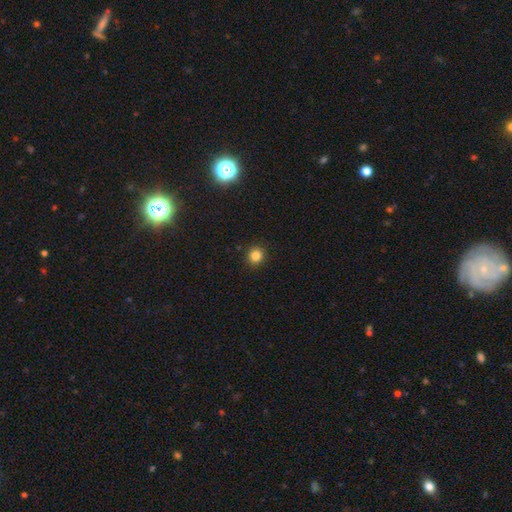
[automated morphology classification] smooth_or_featured: smooth (p=0.83) [alt: star or artifact p=0.12]
how_rounded: round (p=0.89) [alt: in between p=0.10]
merging: none (p=0.91) [alt: minor disturbance p=0.06]